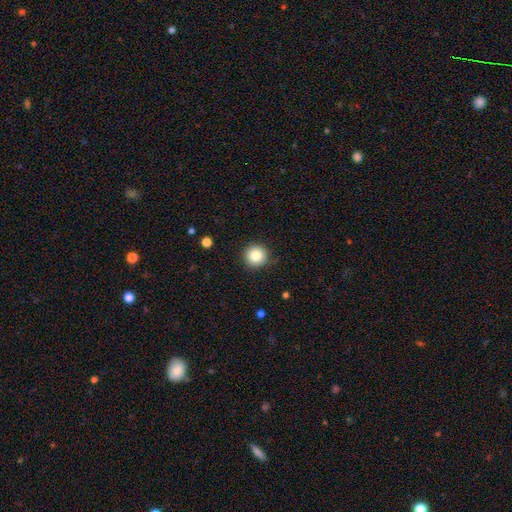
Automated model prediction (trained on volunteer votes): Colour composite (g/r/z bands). It shows a smooth galaxy with no disk features (84%) that is round (95%). Merging: none (89%).